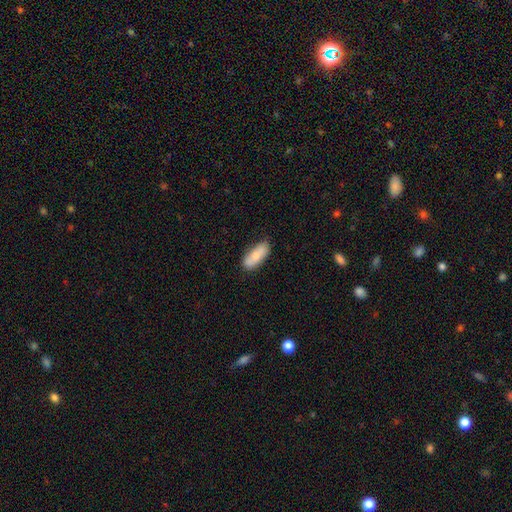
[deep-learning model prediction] This appears to be a smooth galaxy with no disk features (70%) that is in between round and cigar-shaped (82%). Merging: none (77%).